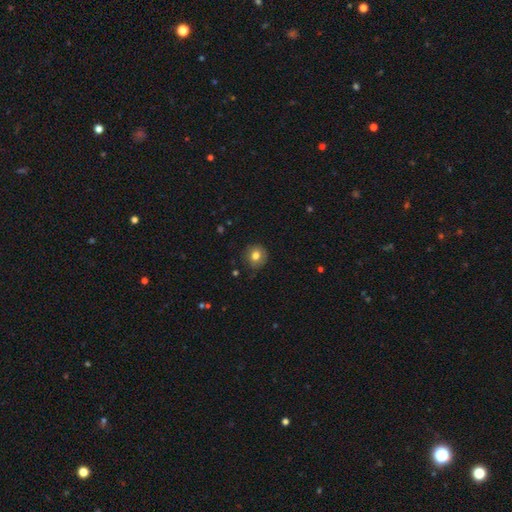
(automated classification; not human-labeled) Morphology: type=smooth (77%); roundness=round (86%); merging=none (81%).